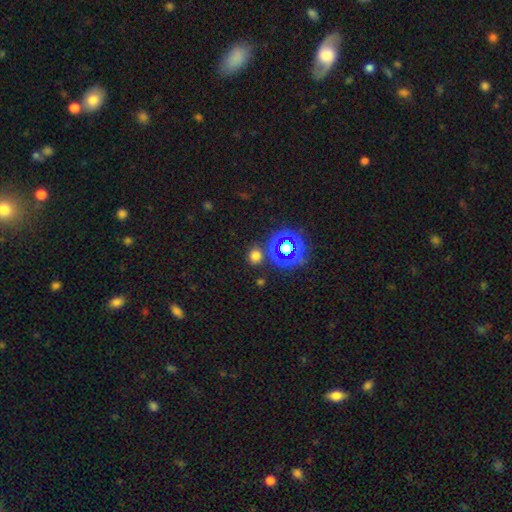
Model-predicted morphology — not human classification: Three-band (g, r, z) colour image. It shows a smooth galaxy with no disk features (65%) that is round (81%). Merging: none (83%).